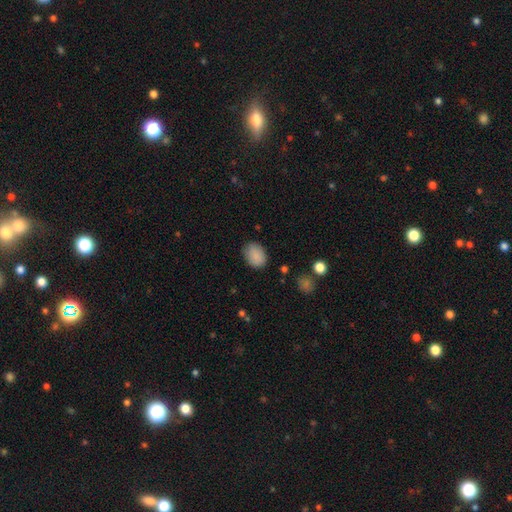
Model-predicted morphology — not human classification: The model was most divided on "how rounded": in between: 69%, round: 30%, cigar-shaped: 1%. More confident: smooth or featured — smooth (88%); merging — none (81%).